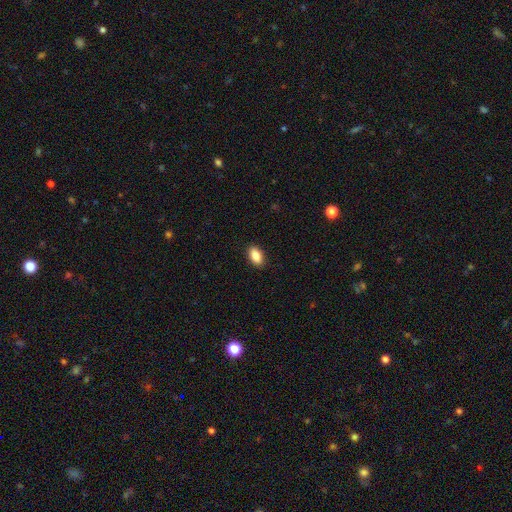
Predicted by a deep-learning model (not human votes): Smooth or featured? Predicted: smooth (p=0.85). How rounded? Predicted: in between (p=0.90). Merging? Predicted: none (p=0.90).